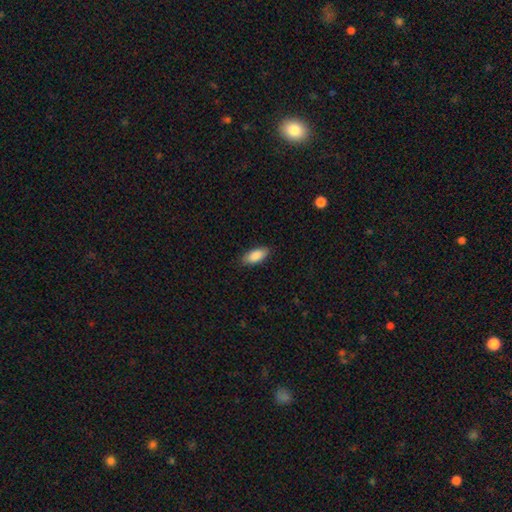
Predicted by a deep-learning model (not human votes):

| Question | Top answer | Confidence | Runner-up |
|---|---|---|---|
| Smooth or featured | smooth | 88% | star or artifact (6%) |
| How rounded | in between | 86% | cigar-shaped (12%) |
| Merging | none | 85% | minor disturbance (11%) |